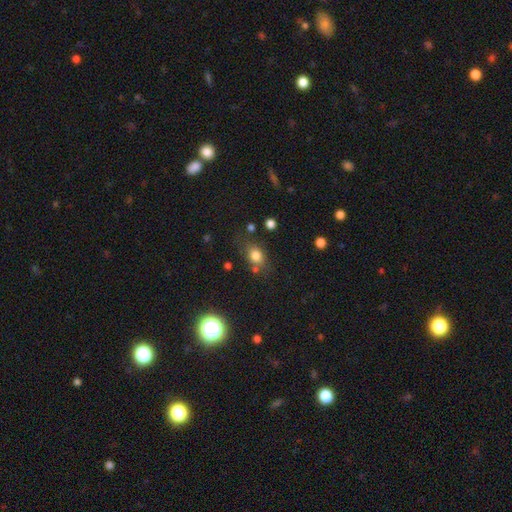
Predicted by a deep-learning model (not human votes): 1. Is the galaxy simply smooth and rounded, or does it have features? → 77% smooth, 13% star or artifact, 10% featured or disk.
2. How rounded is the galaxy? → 58% in between, 40% round, 2% cigar-shaped.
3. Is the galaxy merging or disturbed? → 67% none, 18% minor disturbance, 8% merger, 7% major disturbance.